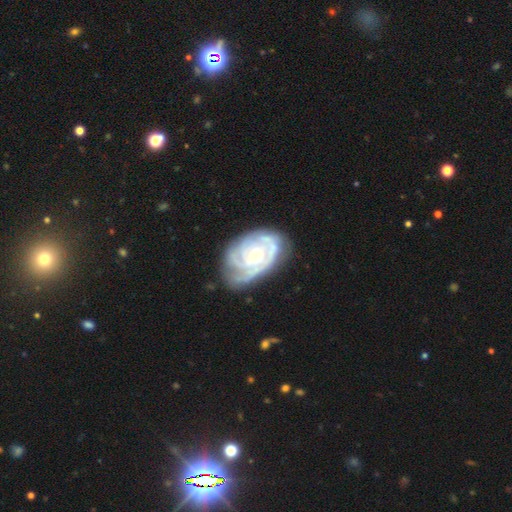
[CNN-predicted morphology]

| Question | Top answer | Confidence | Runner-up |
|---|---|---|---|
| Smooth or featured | featured or disk | 84% | smooth (10%) |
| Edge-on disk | no | 97% | yes (3%) |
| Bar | no | 75% | weak (20%) |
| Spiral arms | yes | 95% | no (5%) |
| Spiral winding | tight | 73% | medium (22%) |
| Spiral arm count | can't tell | 33% | 3 (26%) |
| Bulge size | small | 58% | moderate (36%) |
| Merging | none | 66% | minor disturbance (23%) |